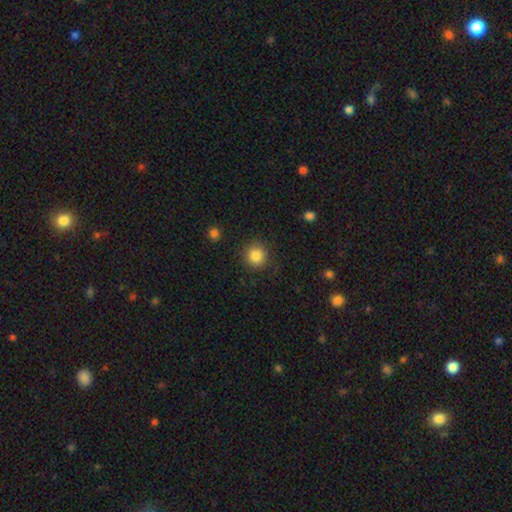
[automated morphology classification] type=smooth (85%); roundness=round (91%); merging=none (87%).